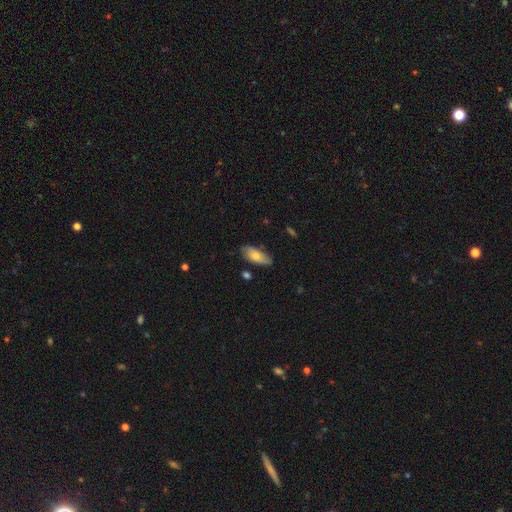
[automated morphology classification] smooth_or_featured: smooth (p=0.65) [alt: featured or disk p=0.28]
how_rounded: in between (p=0.84) [alt: cigar-shaped p=0.13]
merging: none (p=0.77) [alt: minor disturbance p=0.18]